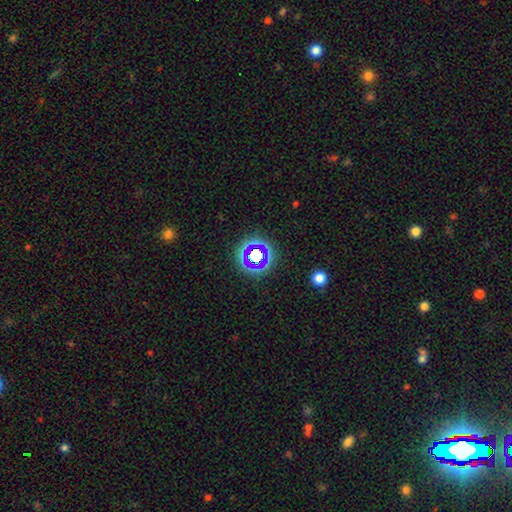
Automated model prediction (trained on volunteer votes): Morphology: type=star or artifact (55%).